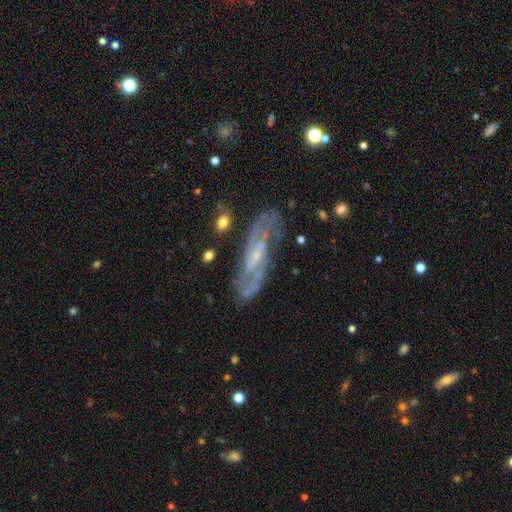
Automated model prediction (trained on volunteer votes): smooth_or_featured: featured or disk (p=0.84) [alt: smooth p=0.10]
disk_edge_on: no (p=0.84) [alt: yes p=0.16]
bar: weak (p=0.44) [alt: no p=0.32]
has_spiral_arms: yes (p=0.93) [alt: no p=0.07]
spiral_winding: medium (p=0.45) [alt: tight p=0.39]
spiral_arm_count: 2 (p=0.62) [alt: can't tell p=0.21]
bulge_size: small (p=0.72) [alt: moderate p=0.18]
merging: none (p=0.76) [alt: minor disturbance p=0.15]